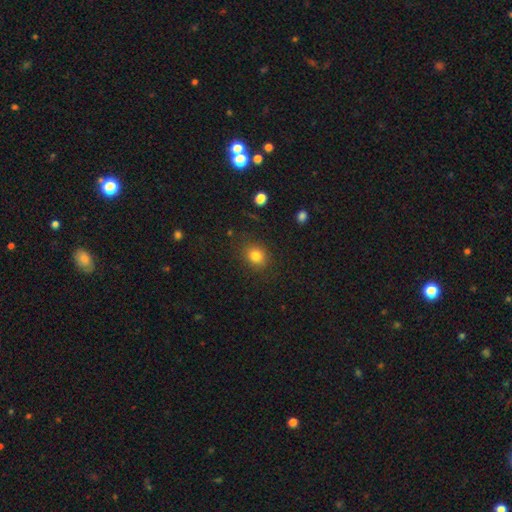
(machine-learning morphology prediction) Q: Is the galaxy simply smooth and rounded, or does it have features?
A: smooth — 82%.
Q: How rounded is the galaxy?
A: round — 68%.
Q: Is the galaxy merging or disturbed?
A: none — 85%.